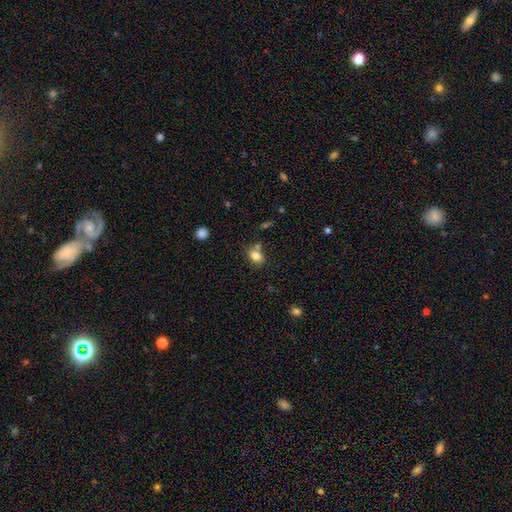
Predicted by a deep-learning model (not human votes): Q: Smooth or featured?
A: smooth (80%); runner-up: star or artifact (11%)
Q: How rounded?
A: in between (61%); runner-up: round (37%)
Q: Merging?
A: none (62%); runner-up: merger (20%)